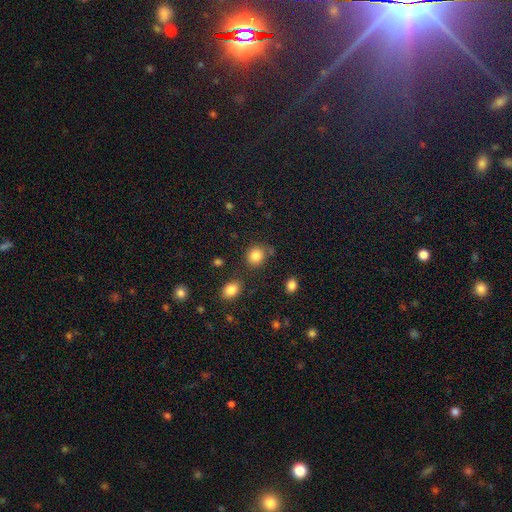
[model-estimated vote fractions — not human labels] A smooth galaxy with no disk features (84%) that is round (79%).

Vote fractions:
- Smooth or featured? smooth: 84% / star or artifact: 10% / featured or disk: 5%
- How rounded? round: 79% / in between: 20% / cigar-shaped: 1%
- Merging? none: 74% / minor disturbance: 14% / merger: 8% / major disturbance: 4%